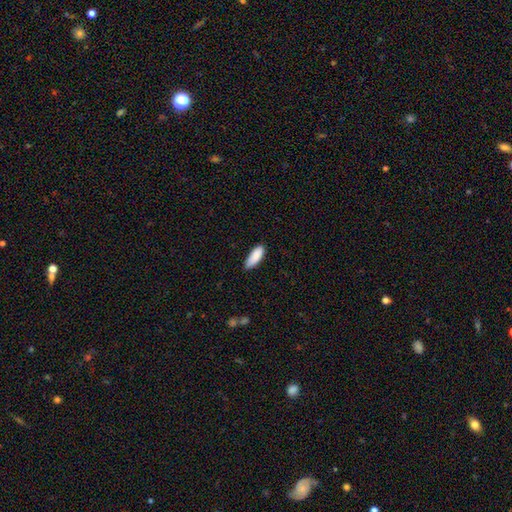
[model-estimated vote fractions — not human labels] A smooth galaxy with no disk features (89%) that is in between round and cigar-shaped (70%). Merging: none (77%).